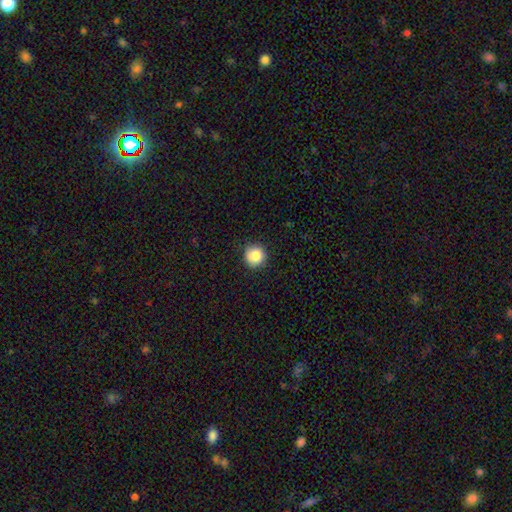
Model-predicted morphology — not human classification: Smooth or featured?
  - smooth: 85% *
  - star or artifact: 9%
  - featured or disk: 5%
How rounded?
  - round: 95% *
  - in between: 4%
  - cigar-shaped: 1%
Merging?
  - none: 88% *
  - minor disturbance: 9%
  - major disturbance: 2%
  - merger: 1%